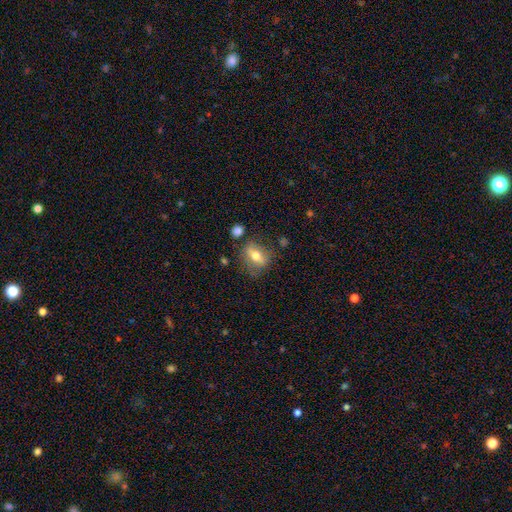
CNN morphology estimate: A smooth galaxy with no disk features (53%) that is in between round and cigar-shaped (62%). Merging: none (71%).